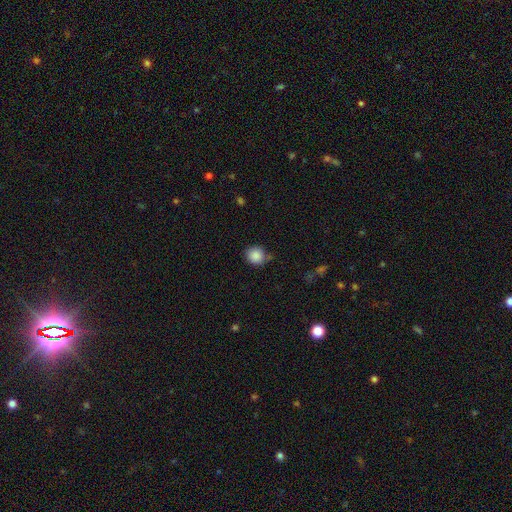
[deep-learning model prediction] smooth_or_featured: smooth (p=0.87) [alt: star or artifact p=0.09]
how_rounded: round (p=0.90) [alt: in between p=0.09]
merging: none (p=0.73) [alt: minor disturbance p=0.18]